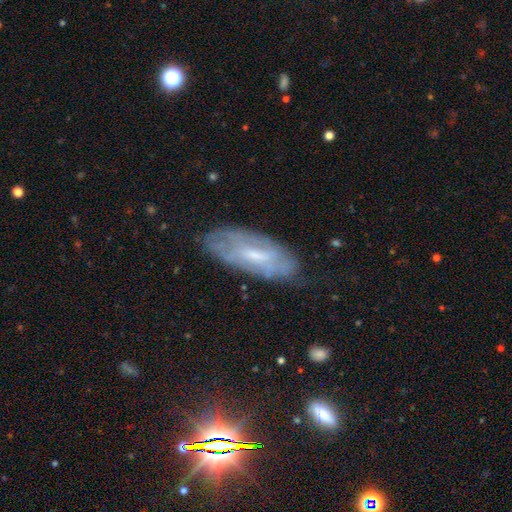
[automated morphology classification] featured or disk 56%, smooth 35%, star or artifact 8%. Down the decision tree: edge-on disk — no (81%); merging — none (71%).